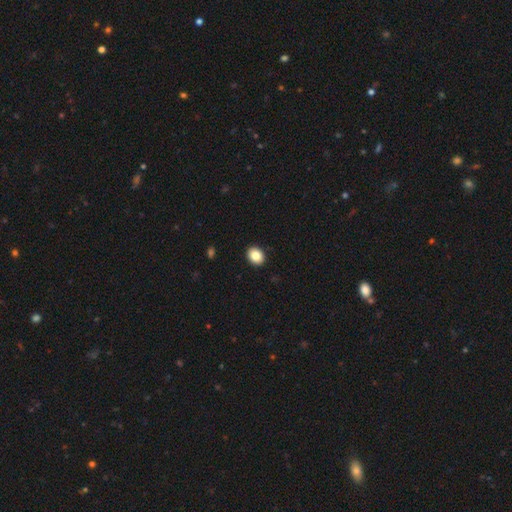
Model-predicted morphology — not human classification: This is clearly a smooth galaxy (85%). How rounded: possibly in between (54%). Merging: clearly none (92%).